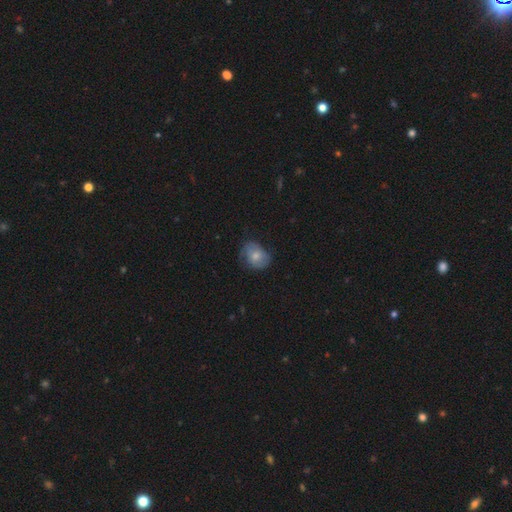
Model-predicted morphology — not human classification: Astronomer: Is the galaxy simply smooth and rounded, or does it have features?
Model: smooth — 57% (runner-up: featured or disk, 35%).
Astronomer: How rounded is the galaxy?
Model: in between — 56% (runner-up: round, 42%).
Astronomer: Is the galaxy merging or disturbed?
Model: none — 59%.